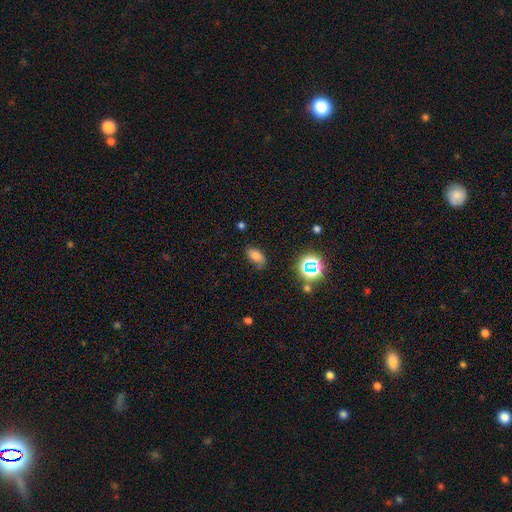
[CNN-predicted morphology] Smooth or featured?
  - smooth: 71% *
  - star or artifact: 18%
  - featured or disk: 11%
How rounded?
  - in between: 89% *
  - round: 7%
  - cigar-shaped: 4%
Merging?
  - none: 69% *
  - minor disturbance: 22%
  - major disturbance: 6%
  - merger: 2%